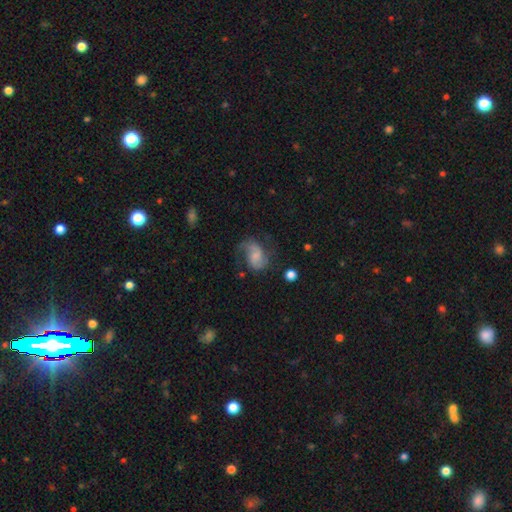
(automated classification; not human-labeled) Morphology: type=featured or disk (66%); edge-on=no (98%); bar=no (53%); spiral arms=yes (91%); winding=loose (45%); arm count=2 (71%); bulge=small (45%); merging=none (49%).